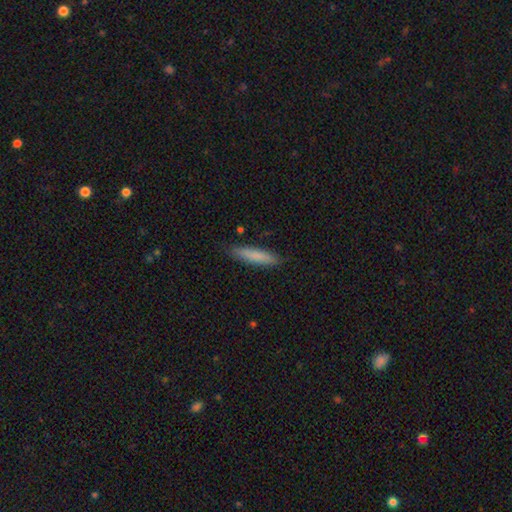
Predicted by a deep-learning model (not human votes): Overall: smooth (81%). How rounded: cigar-shaped (86%). Merging: none (86%).